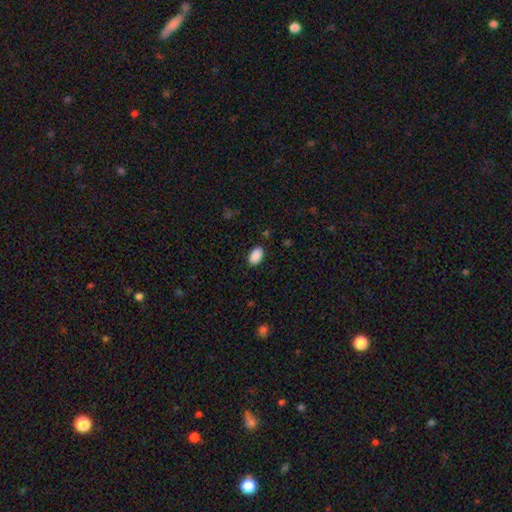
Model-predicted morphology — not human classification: smooth 90%, star or artifact 7%, featured or disk 3%. Down the decision tree: how rounded — in between (93%); merging — none (87%).